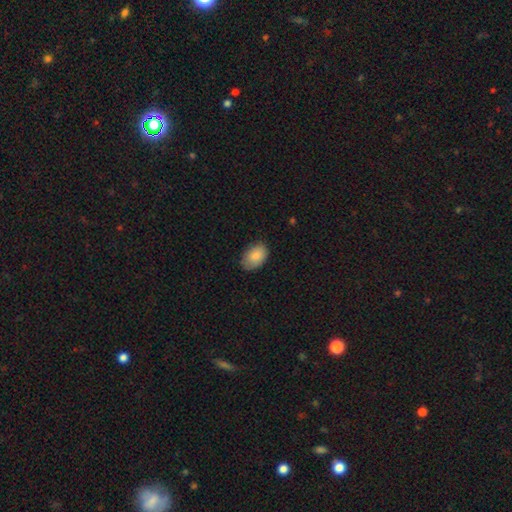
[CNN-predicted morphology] Smooth or featured? Predicted: smooth (p=0.85). How rounded? Predicted: in between (p=0.89). Merging? Predicted: none (p=0.79).